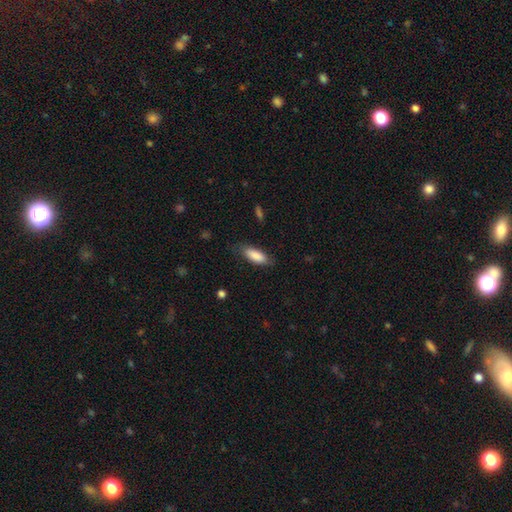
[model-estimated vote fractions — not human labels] smooth-or-featured: smooth: 86% | featured or disk: 9% | star or artifact: 6%
  how-rounded: in between: 72% | cigar-shaped: 27% | round: 2%
  merging: none: 77% | minor disturbance: 18% | major disturbance: 4% | merger: 1%